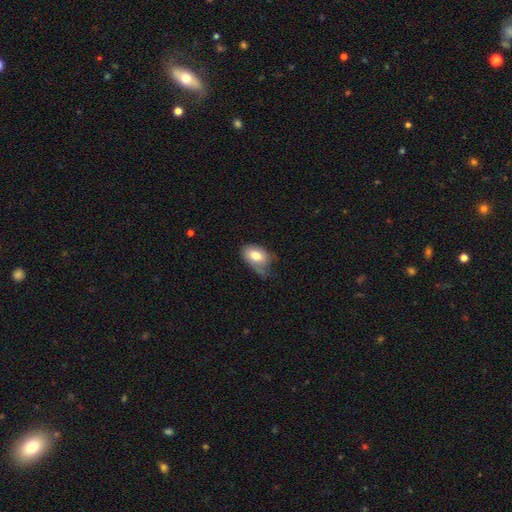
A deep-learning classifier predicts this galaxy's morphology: Smooth or featured? Predicted: smooth (p=0.76). How rounded? Predicted: in between (p=0.88). Merging? Predicted: minor disturbance (p=0.43).